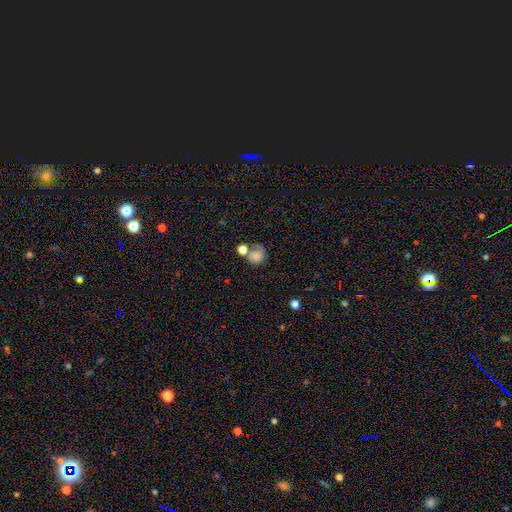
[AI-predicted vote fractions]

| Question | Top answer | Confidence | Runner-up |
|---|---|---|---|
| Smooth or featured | smooth | 59% | featured or disk (29%) |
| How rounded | round | 70% | in between (29%) |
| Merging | none | 33% | merger (30%) |